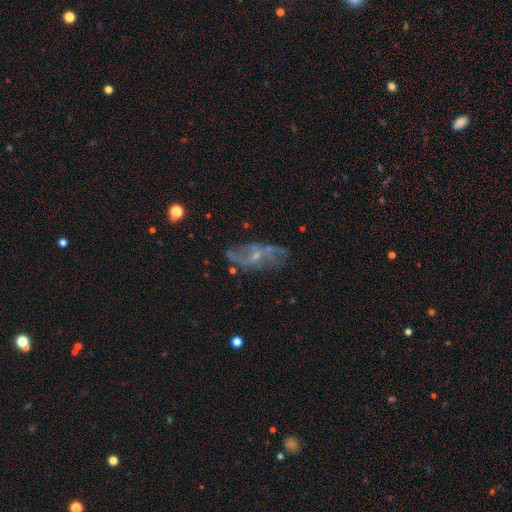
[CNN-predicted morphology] Smooth or featured?
  - featured or disk: 75% *
  - smooth: 16%
  - star or artifact: 9%
Edge-on disk?
  - no: 92% *
  - yes: 8%
Bar?
  - no: 61% *
  - weak: 33%
  - strong: 6%
Spiral arms?
  - yes: 75% *
  - no: 25%
Spiral winding?
  - loose: 59% *
  - medium: 30%
  - tight: 12%
Spiral arm count?
  - 2: 58% *
  - can't tell: 25%
  - 3: 6%
  - 1: 5%
  - 4: 3%
  - more than 4: 3%
Bulge size?
  - small: 66% *
  - moderate: 25%
  - none: 8%
  - large: 1%
  - dominant: 1%
Merging?
  - none: 61% *
  - minor disturbance: 21%
  - major disturbance: 14%
  - merger: 4%